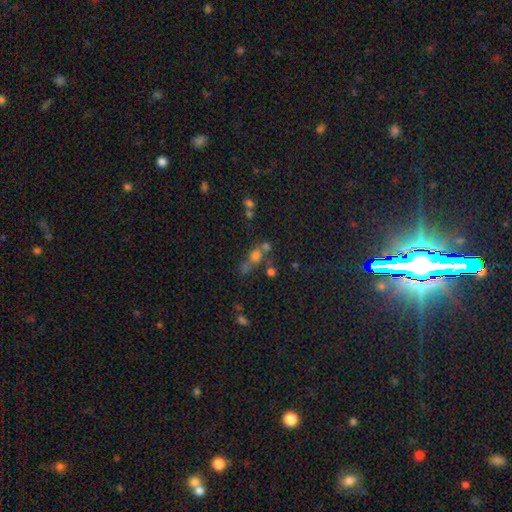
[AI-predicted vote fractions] A smooth galaxy with no disk features (59%) that is round (64%).

Vote fractions:
- Smooth or featured? smooth: 59% / star or artifact: 23% / featured or disk: 18%
- How rounded? round: 64% / in between: 28% / cigar-shaped: 8%
- Merging? none: 42% / merger: 37% / minor disturbance: 12% / major disturbance: 9%